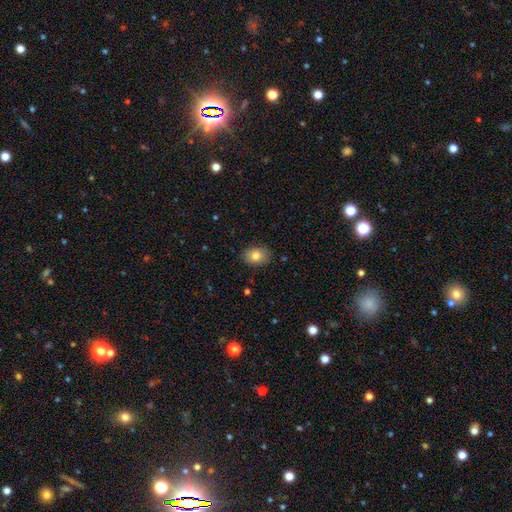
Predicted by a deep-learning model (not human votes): Overall: smooth (83%). How rounded: in between (76%). Merging: none (86%).